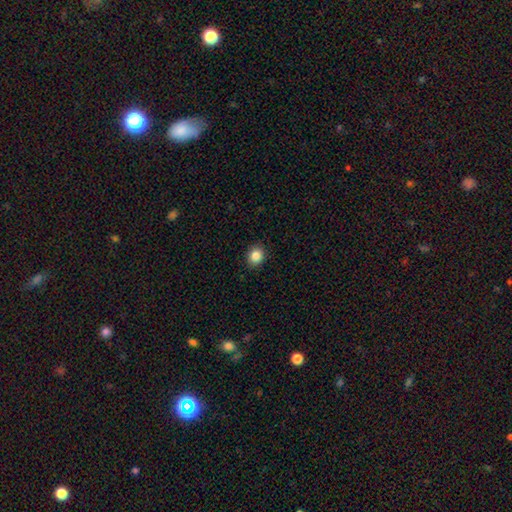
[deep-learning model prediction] Smooth or featured? smooth (85%)
How rounded? round (75%)
Merging? none (91%)